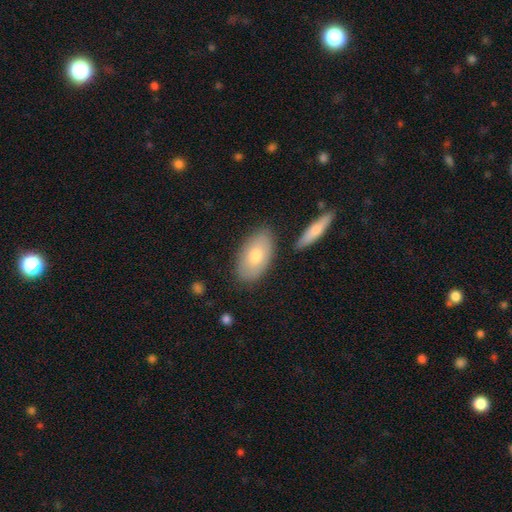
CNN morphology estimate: type=smooth (72%); roundness=in between (93%); merging=none (80%).